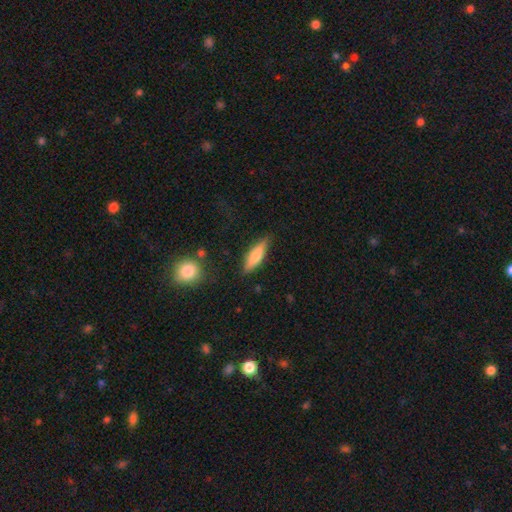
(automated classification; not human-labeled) This is likely a smooth galaxy (68%). How rounded: likely cigar-shaped (63%). Merging: clearly none (83%).